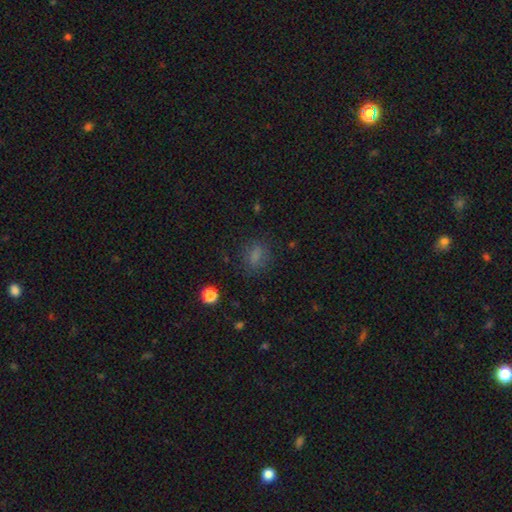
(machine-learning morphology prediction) A smooth galaxy with no disk features (75%) that is in between round and cigar-shaped (57%).

Vote fractions:
- Smooth or featured? smooth: 75% / star or artifact: 16% / featured or disk: 9%
- How rounded? in between: 57% / round: 36% / cigar-shaped: 7%
- Merging? none: 79% / minor disturbance: 13% / major disturbance: 6% / merger: 2%